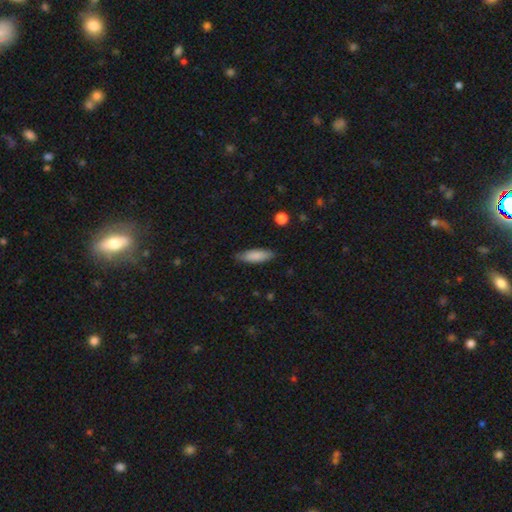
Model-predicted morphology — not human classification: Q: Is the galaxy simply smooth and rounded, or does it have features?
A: smooth — 84%.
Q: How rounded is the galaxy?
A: in between — 51%.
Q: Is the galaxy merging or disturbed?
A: none — 82%.